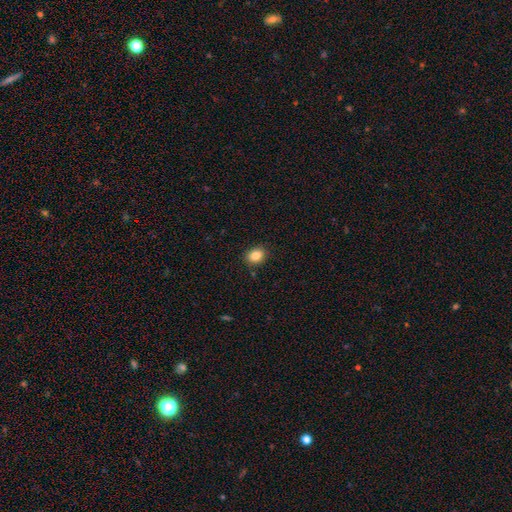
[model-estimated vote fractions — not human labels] smooth_or_featured: smooth (p=0.85) [alt: star or artifact p=0.10]
how_rounded: in between (p=0.55) [alt: round p=0.44]
merging: none (p=0.89) [alt: minor disturbance p=0.08]